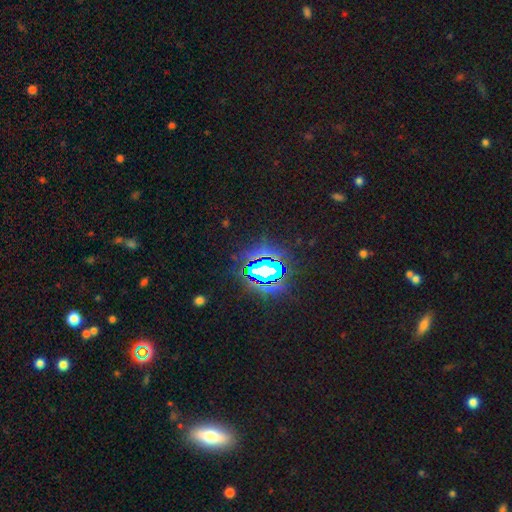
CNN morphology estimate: Smooth or featured? Predicted: star or artifact (p=0.80).